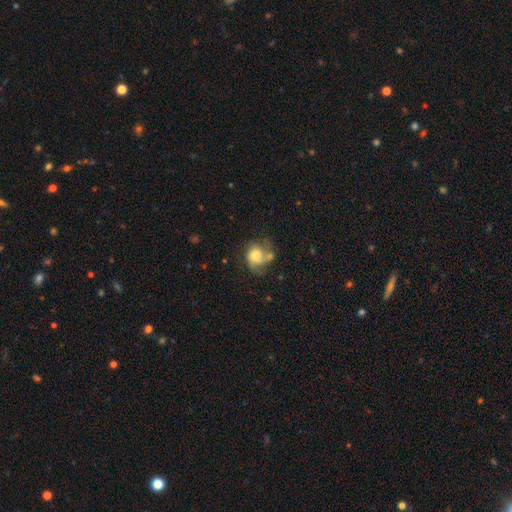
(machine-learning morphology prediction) A smooth galaxy with no disk features (55%) that is round (66%). Merging: none (36%).